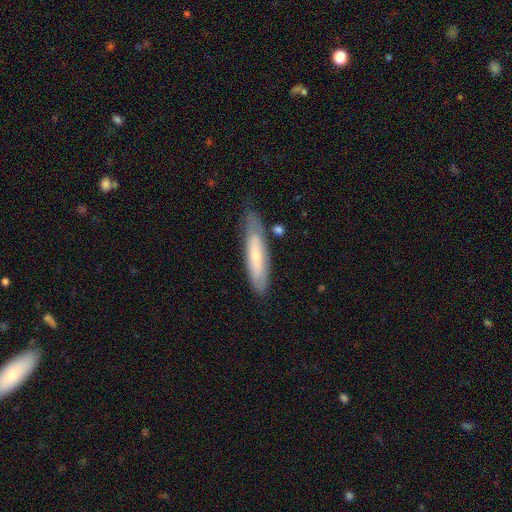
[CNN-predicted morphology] Smooth or featured? smooth (53%)
How rounded? cigar-shaped (78%)
Merging? none (70%)